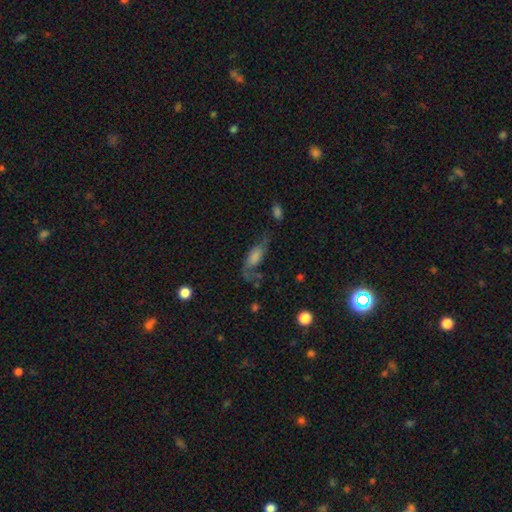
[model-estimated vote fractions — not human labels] Smooth or featured?
  - featured or disk: 51% *
  - smooth: 37%
  - star or artifact: 12%
Edge-on disk?
  - no: 82% *
  - yes: 18%
Merging?
  - none: 45% *
  - major disturbance: 26%
  - minor disturbance: 24%
  - merger: 5%